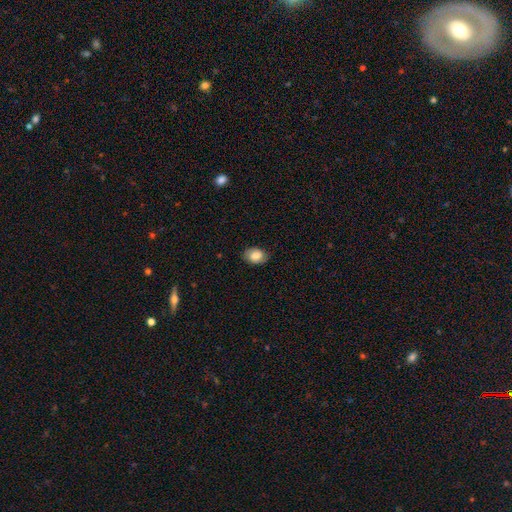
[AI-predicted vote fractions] A smooth galaxy with no disk features (81%) that is in between round and cigar-shaped (78%). Merging: none (81%).